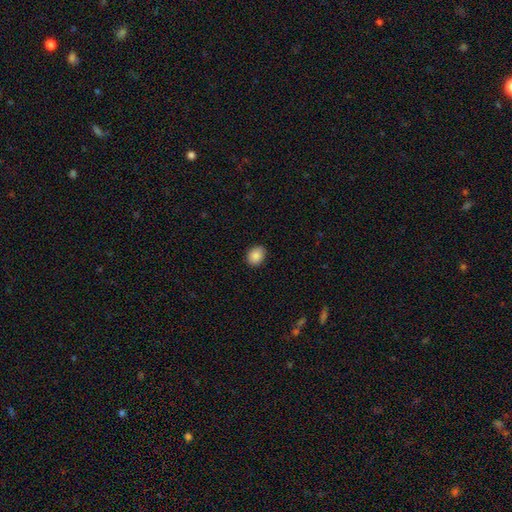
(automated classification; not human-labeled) Q: Smooth or featured?
A: smooth (88%); runner-up: star or artifact (8%)
Q: How rounded?
A: in between (55%); runner-up: round (44%)
Q: Merging?
A: none (88%); runner-up: minor disturbance (9%)